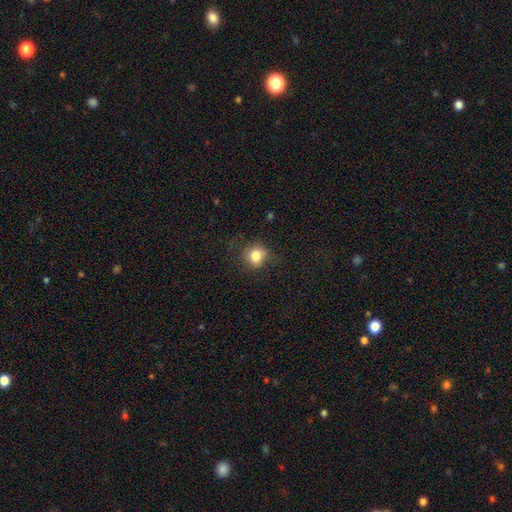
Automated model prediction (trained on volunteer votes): This is clearly a smooth galaxy (80%). How rounded: likely round (72%). Merging: likely none (72%).